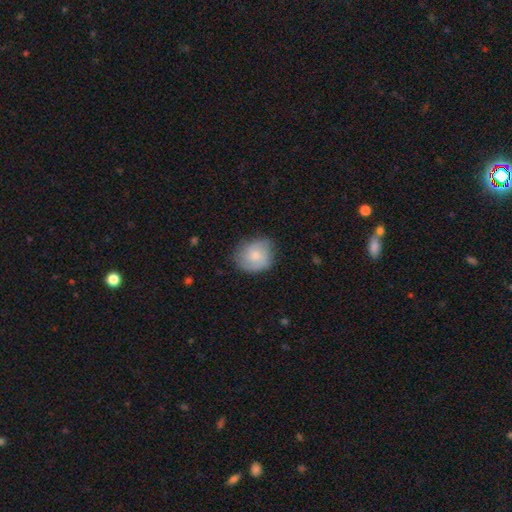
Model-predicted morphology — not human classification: A smooth galaxy with no disk features (65%) that is round (67%).

Vote fractions:
- Smooth or featured? smooth: 65% / featured or disk: 28% / star or artifact: 7%
- How rounded? round: 67% / in between: 32% / cigar-shaped: 1%
- Merging? none: 69% / minor disturbance: 24% / major disturbance: 6% / merger: 1%